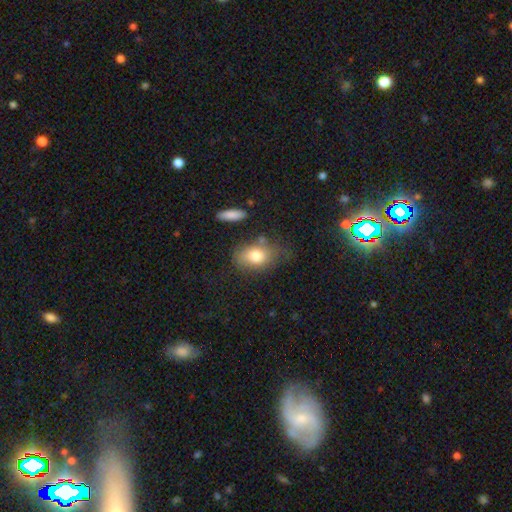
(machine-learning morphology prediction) smooth 77%, featured or disk 15%, star or artifact 8%. Down the decision tree: how rounded — in between (76%); merging — none (57%).